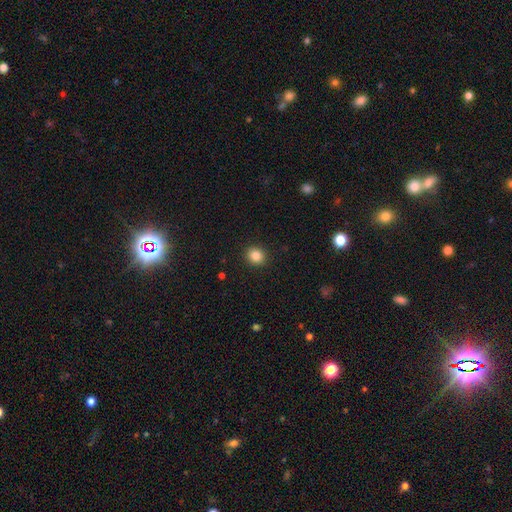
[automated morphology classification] This appears to be a smooth galaxy with no disk features (85%) that is round (83%). Merging: none (92%).